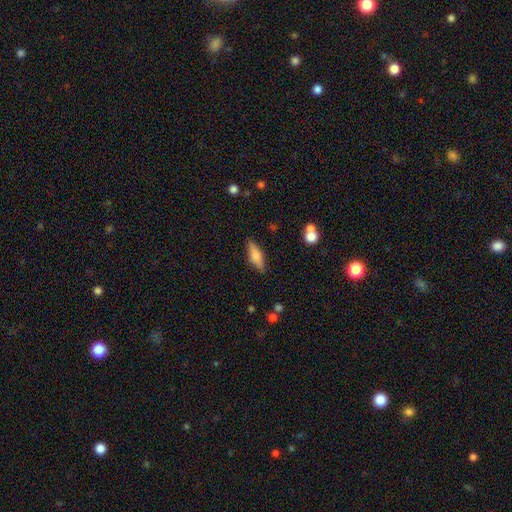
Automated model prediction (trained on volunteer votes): Smooth or featured? smooth (64%)
How rounded? in between (49%)
Merging? none (85%)